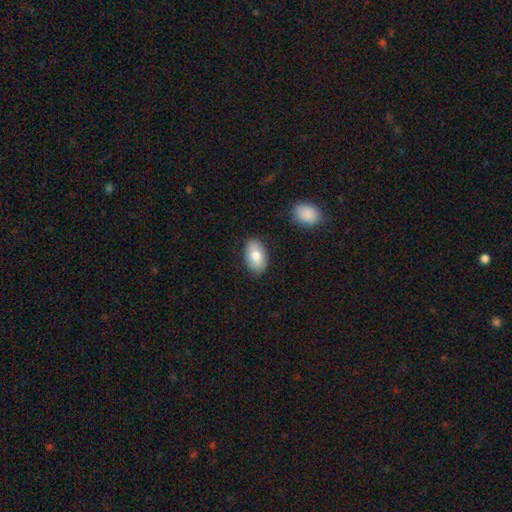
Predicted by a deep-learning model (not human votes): Smooth or featured? smooth (76%)
How rounded? in between (91%)
Merging? none (85%)